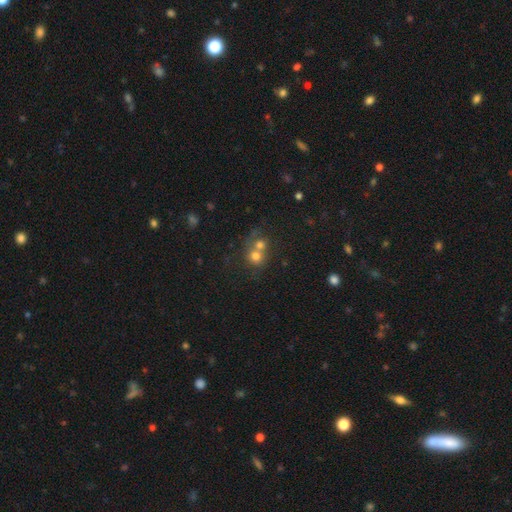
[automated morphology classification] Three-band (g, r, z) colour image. It shows a smooth galaxy with no disk features (70%) that is round (82%). Merging: merger (63%).